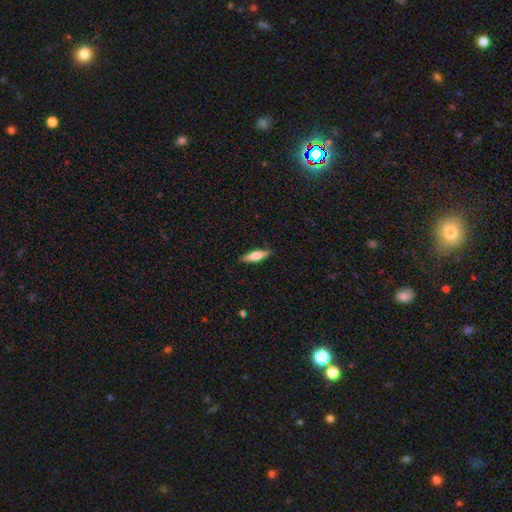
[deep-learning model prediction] Smooth or featured?
  - smooth: 57% *
  - featured or disk: 37%
  - star or artifact: 6%
How rounded?
  - cigar-shaped: 63% *
  - in between: 35%
  - round: 2%
Merging?
  - none: 87% *
  - minor disturbance: 10%
  - major disturbance: 2%
  - merger: 1%